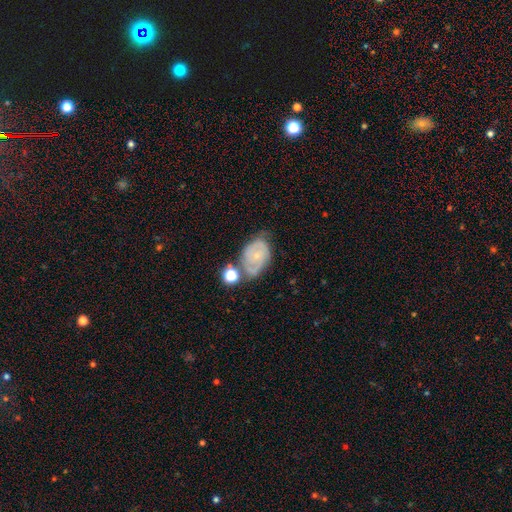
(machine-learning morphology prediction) Q: Smooth or featured?
A: featured or disk (60%); runner-up: smooth (31%)
Q: Edge-on disk?
A: no (96%); runner-up: yes (4%)
Q: Bar?
A: no (79%); runner-up: weak (18%)
Q: Spiral arms?
A: yes (72%); runner-up: no (28%)
Q: Bulge size?
A: small (74%); runner-up: moderate (19%)
Q: Merging?
A: none (45%); runner-up: minor disturbance (28%)